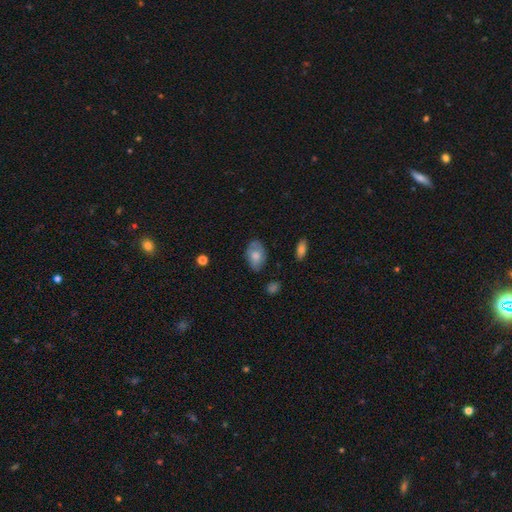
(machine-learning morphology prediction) Smooth or featured? Predicted: smooth (p=0.71). How rounded? Predicted: in between (p=0.88). Merging? Predicted: none (p=0.75).